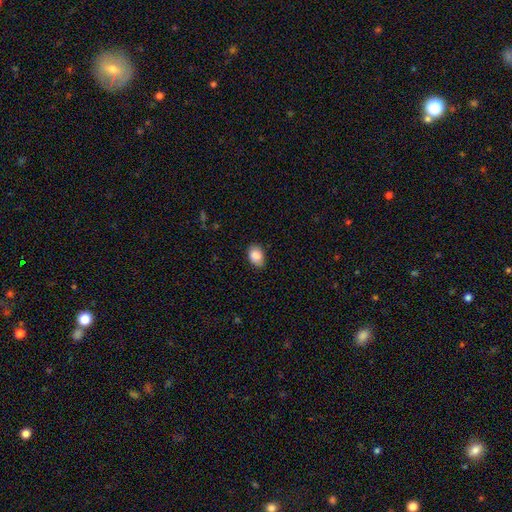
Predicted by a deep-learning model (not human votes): smooth_or_featured: smooth (p=0.88) [alt: star or artifact p=0.08]
how_rounded: in between (p=0.76) [alt: round p=0.23]
merging: none (p=0.75) [alt: minor disturbance p=0.21]